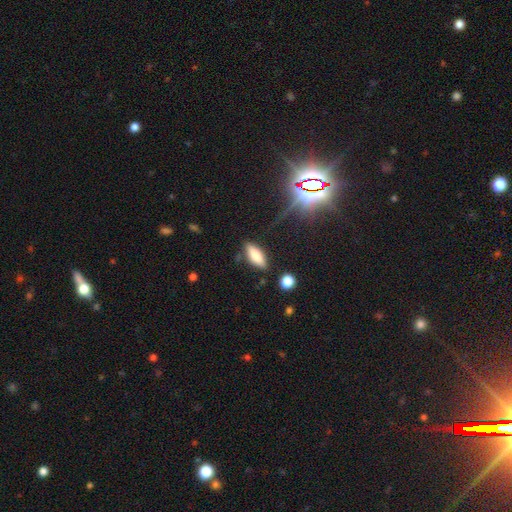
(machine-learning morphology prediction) A smooth galaxy with no disk features (74%) that is in between round and cigar-shaped (65%).

Vote fractions:
- Smooth or featured? smooth: 74% / featured or disk: 16% / star or artifact: 9%
- How rounded? in between: 65% / cigar-shaped: 32% / round: 3%
- Merging? none: 82% / minor disturbance: 12% / major disturbance: 3% / merger: 3%